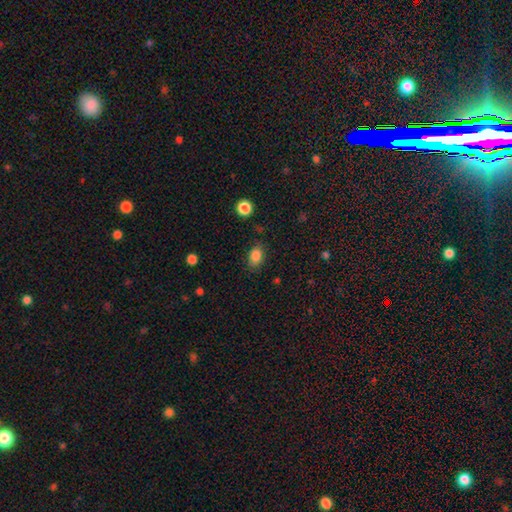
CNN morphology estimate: A smooth galaxy with no disk features (85%) that is in between round and cigar-shaped (80%).

Vote fractions:
- Smooth or featured? smooth: 85% / star or artifact: 10% / featured or disk: 5%
- How rounded? in between: 80% / round: 19% / cigar-shaped: 2%
- Merging? none: 81% / minor disturbance: 14% / major disturbance: 4% / merger: 2%